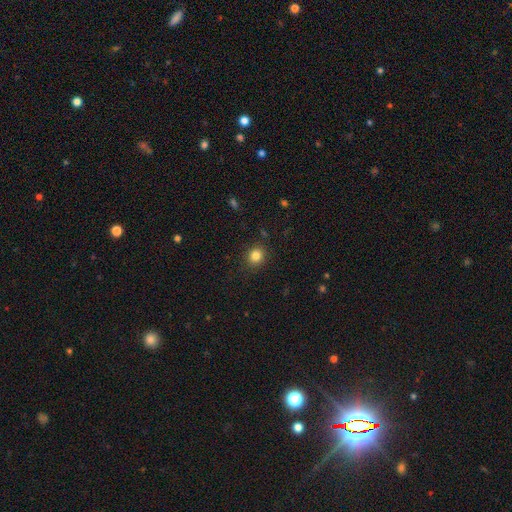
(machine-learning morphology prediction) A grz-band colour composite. It shows a smooth galaxy with no disk features (83%) that is round (79%). Merging: none (87%).